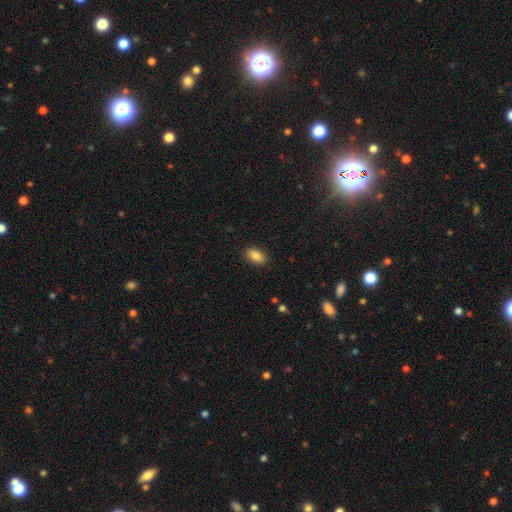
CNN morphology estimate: A smooth galaxy with no disk features (84%) that is in between round and cigar-shaped (91%). Merging: none (89%).